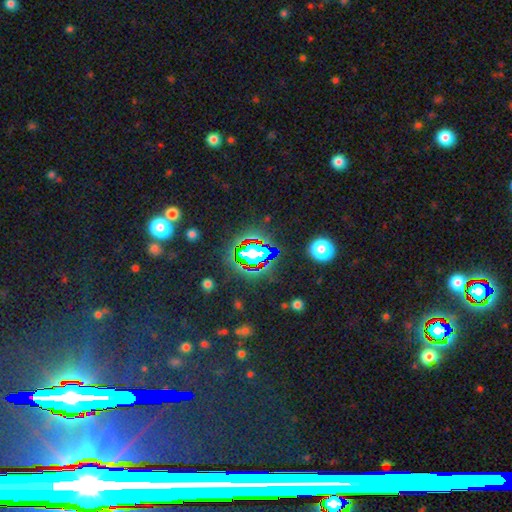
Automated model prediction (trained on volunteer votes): smooth_or_featured: star or artifact (p=0.80) [alt: smooth p=0.11]